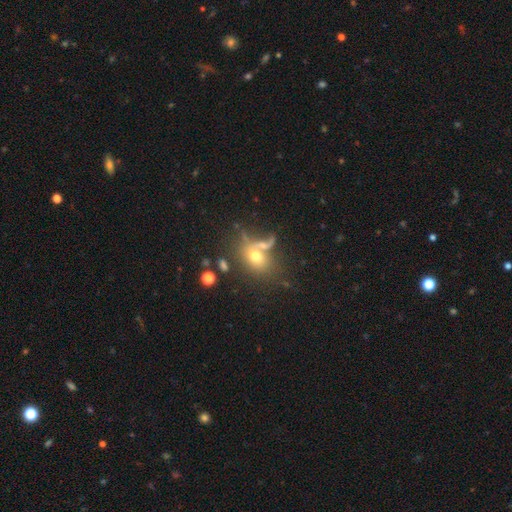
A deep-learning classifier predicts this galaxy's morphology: Overall: smooth (66%). How rounded: in between (63%; round 35%). Merging: none (40%; merger 32%).